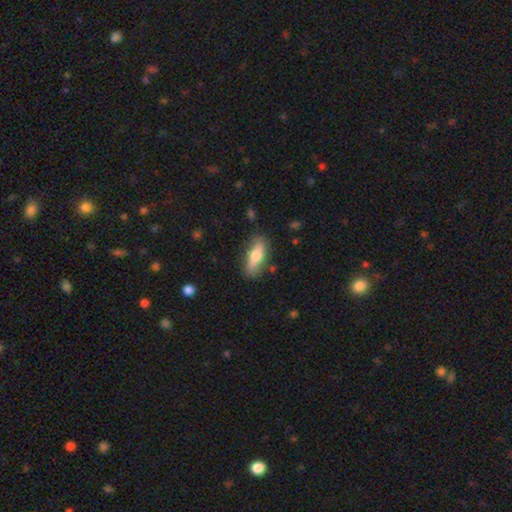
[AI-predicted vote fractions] Morphology: type=smooth (63%); roundness=in between (63%); merging=none (81%).